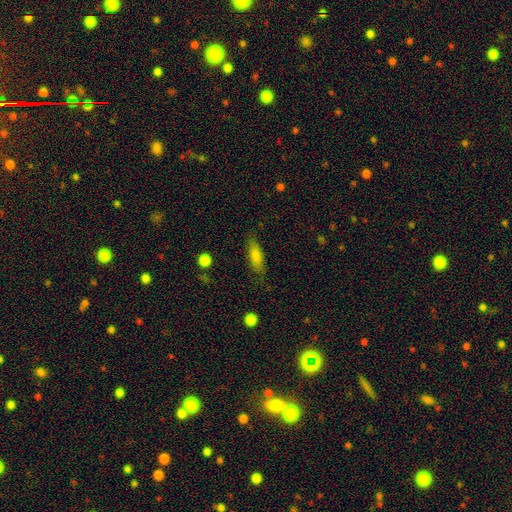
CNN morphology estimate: This is likely a smooth galaxy (76%). How rounded: possibly in between (54%). Merging: clearly none (80%).